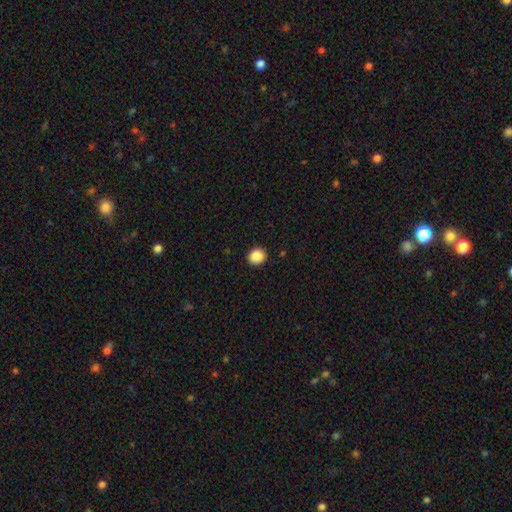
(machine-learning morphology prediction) smooth_or_featured: smooth (p=0.89) [alt: star or artifact p=0.09]
how_rounded: round (p=0.84) [alt: in between p=0.16]
merging: none (p=0.91) [alt: minor disturbance p=0.06]